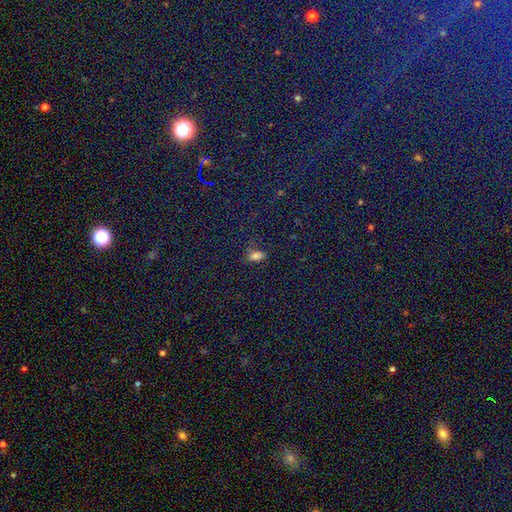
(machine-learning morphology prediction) Smooth or featured? smooth (72%)
How rounded? in between (85%)
Merging? none (73%)